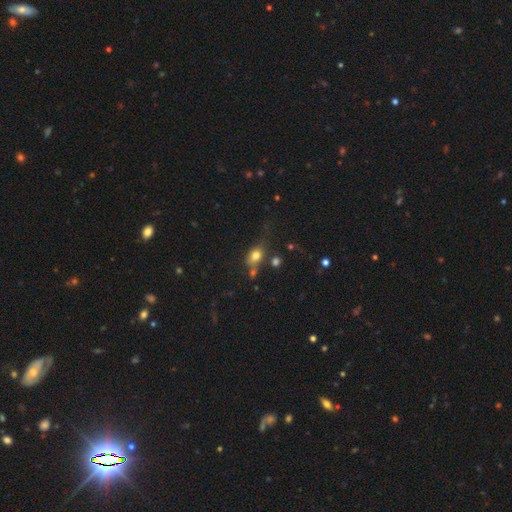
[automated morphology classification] A smooth galaxy with no disk features (76%) that is in between round and cigar-shaped (69%). Merging: none (54%).